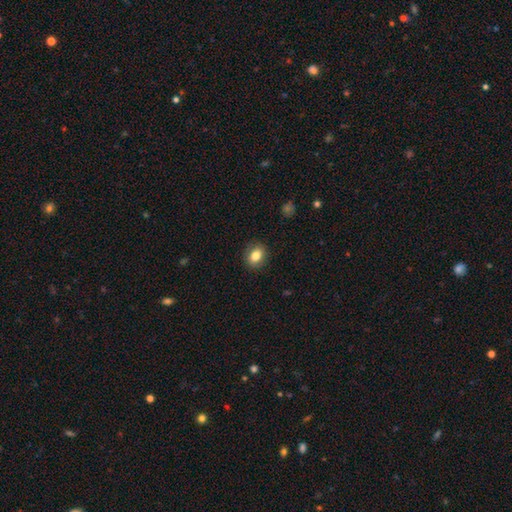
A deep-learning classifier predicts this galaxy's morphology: smooth 83%, star or artifact 9%, featured or disk 8%. Down the decision tree: how rounded — round (50%); merging — none (87%).